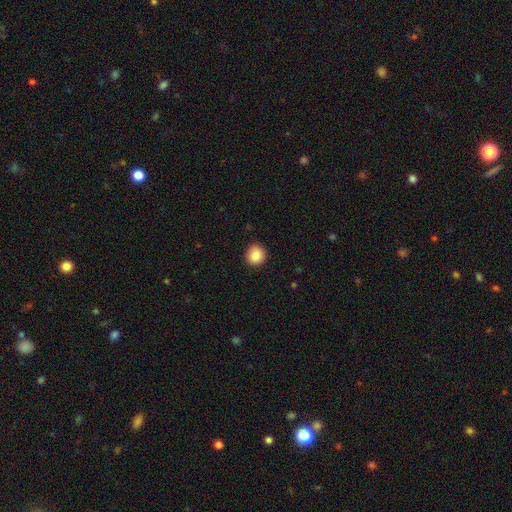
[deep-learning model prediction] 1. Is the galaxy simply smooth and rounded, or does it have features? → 86% smooth, 9% star or artifact, 5% featured or disk.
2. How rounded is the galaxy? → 91% round, 8% in between, 1% cigar-shaped.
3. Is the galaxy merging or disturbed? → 91% none, 6% minor disturbance, 2% major disturbance, 1% merger.